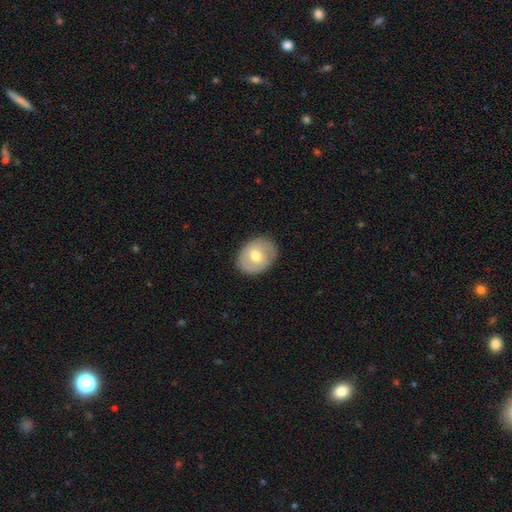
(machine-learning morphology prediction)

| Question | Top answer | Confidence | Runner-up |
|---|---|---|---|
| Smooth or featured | smooth | 58% | featured or disk (35%) |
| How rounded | round | 51% | in between (48%) |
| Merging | none | 83% | minor disturbance (12%) |